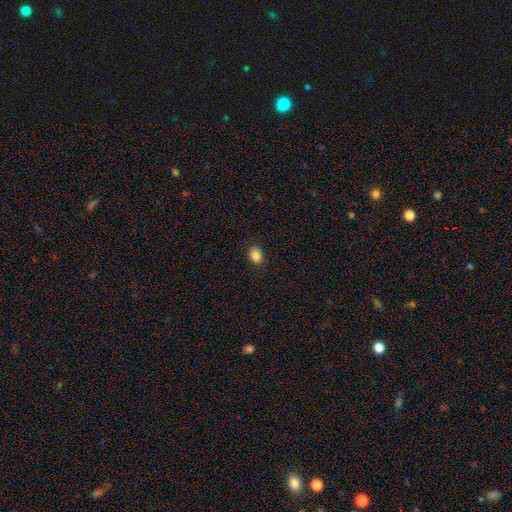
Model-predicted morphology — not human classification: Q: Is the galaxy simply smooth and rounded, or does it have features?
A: smooth — 85%.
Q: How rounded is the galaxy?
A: in between — 59%.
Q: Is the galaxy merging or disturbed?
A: none — 89%.